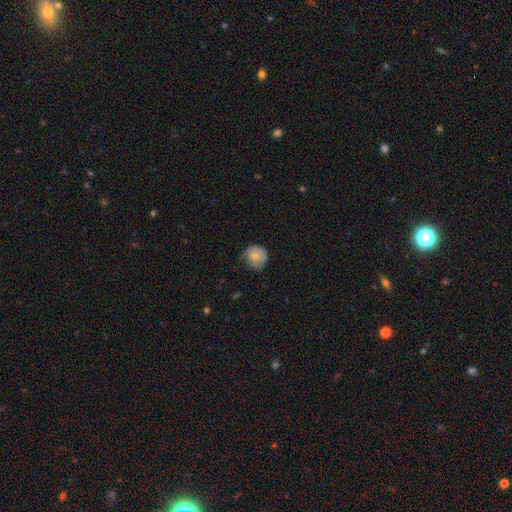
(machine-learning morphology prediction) This is likely a smooth galaxy (69%). How rounded: likely round (77%). Merging: possibly none (49%).